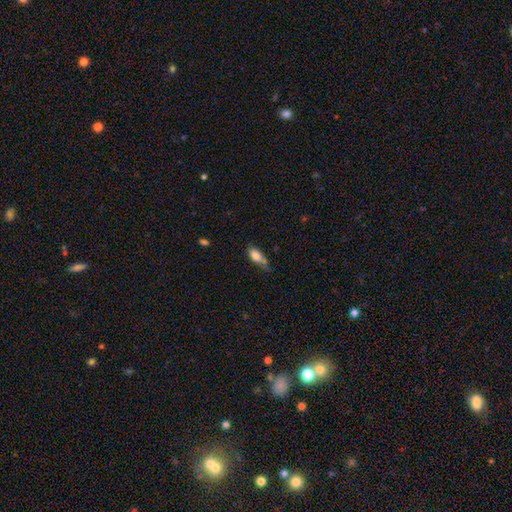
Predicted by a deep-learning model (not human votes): Smooth or featured? smooth (78%)
How rounded? in between (80%)
Merging? none (40%)